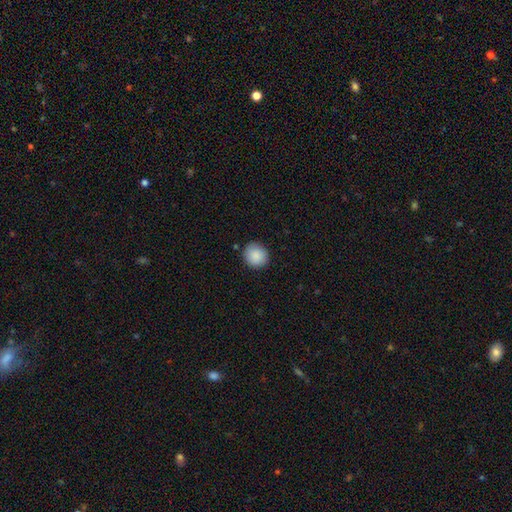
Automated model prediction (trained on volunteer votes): Overall: smooth (89%). How rounded: round (90%). Merging: none (89%).